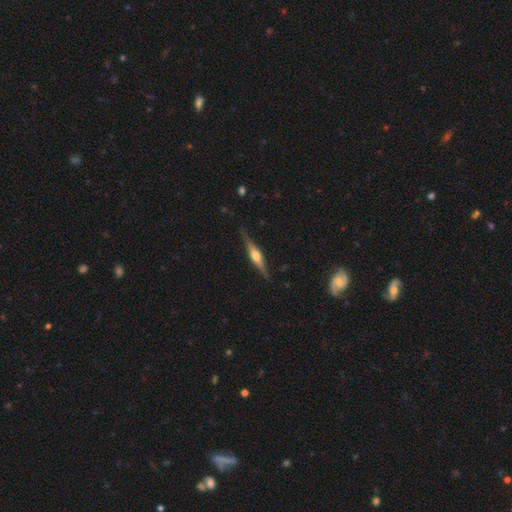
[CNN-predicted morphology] A featured or disk galaxy (74%) viewed edge-on (97%) with a rounded central bulge (90%). Merging: none (86%).